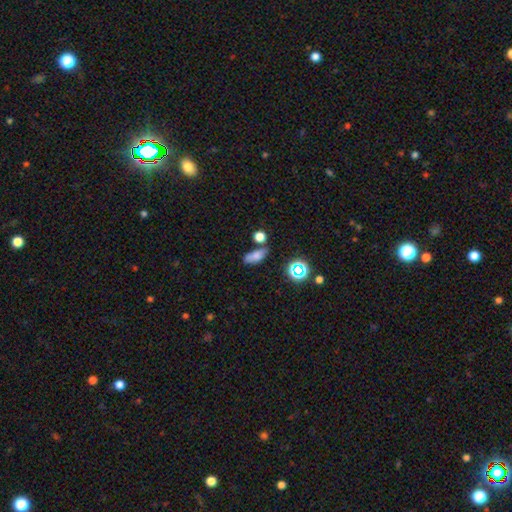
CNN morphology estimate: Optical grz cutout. It shows a smooth galaxy with no disk features (74%) that is in between round and cigar-shaped (77%). Merging: none (60%).